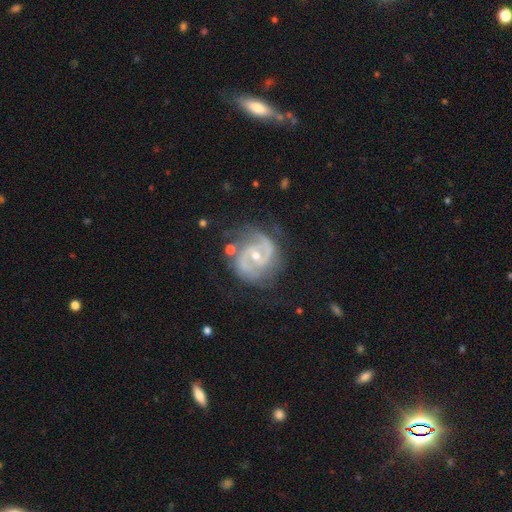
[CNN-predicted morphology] smooth-or-featured: featured or disk: 89% | star or artifact: 6% | smooth: 5%
  disk-edge-on: no: 98% | yes: 2%
    bar: no: 49% | weak: 37% | strong: 13%
    has-spiral-arms: yes: 97% | no: 3%
      spiral-winding: medium: 49% | tight: 39% | loose: 12%
      spiral-arm-count: 2: 83% | 3: 6% | can't tell: 5% | 1: 2% | 4: 2% | more than 4: 2%
    bulge-size: small: 51% | moderate: 46% | large: 1% | none: 1% | dominant: 1%
  merging: none: 70% | minor disturbance: 19% | major disturbance: 8% | merger: 3%